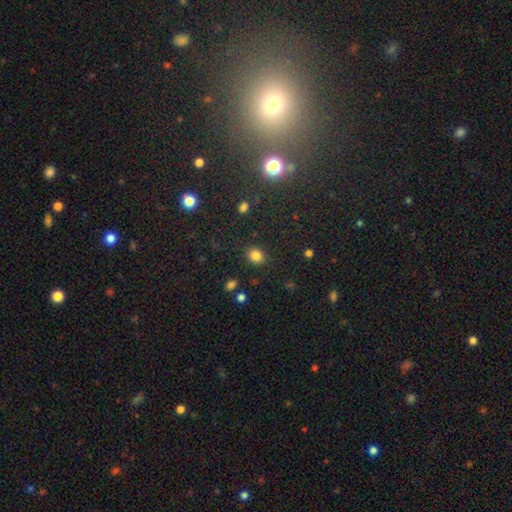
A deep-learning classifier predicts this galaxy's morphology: Smooth or featured?
  - smooth: 83% *
  - star or artifact: 12%
  - featured or disk: 5%
How rounded?
  - round: 68% *
  - in between: 31%
  - cigar-shaped: 1%
Merging?
  - none: 85% *
  - minor disturbance: 10%
  - major disturbance: 3%
  - merger: 2%